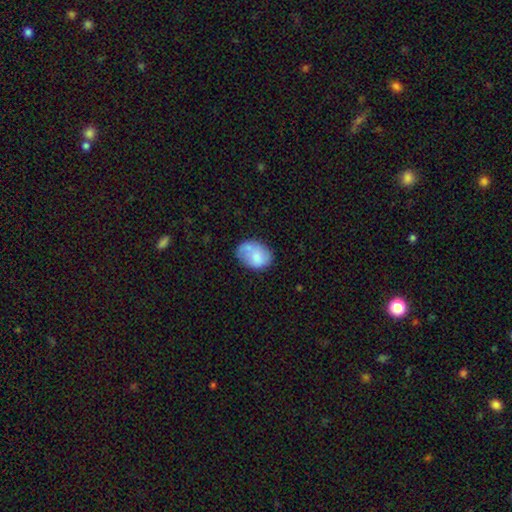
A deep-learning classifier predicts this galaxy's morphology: type=smooth (71%); roundness=in between (74%); merging=none (52%).